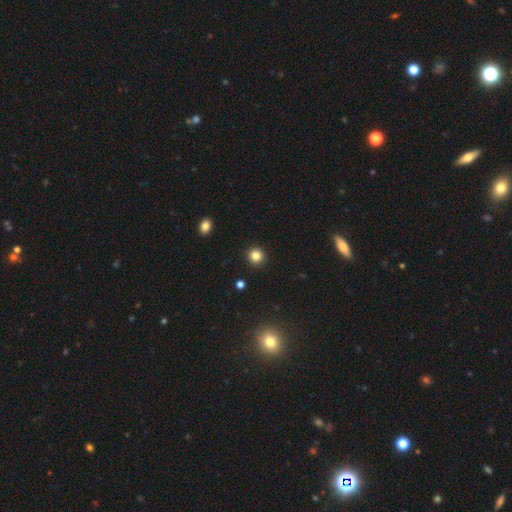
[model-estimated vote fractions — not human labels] Smooth or featured: smooth — 83% (star or artifact — 13%)
How rounded: round — 94% (in between — 5%)
Merging: none — 93% (minor disturbance — 4%)